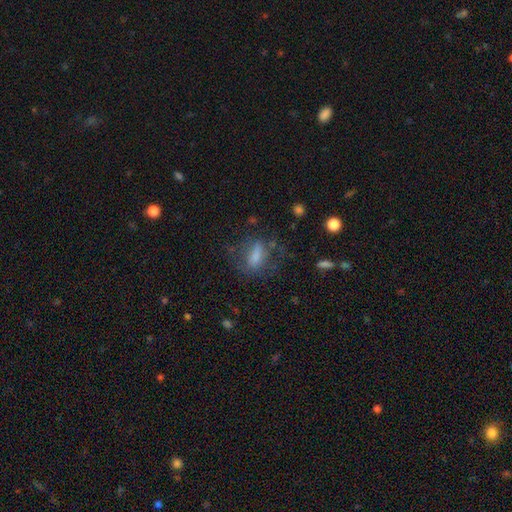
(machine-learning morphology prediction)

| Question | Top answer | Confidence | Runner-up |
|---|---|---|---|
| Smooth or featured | smooth | 58% | featured or disk (26%) |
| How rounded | in between | 63% | cigar-shaped (27%) |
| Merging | none | 60% | minor disturbance (20%) |